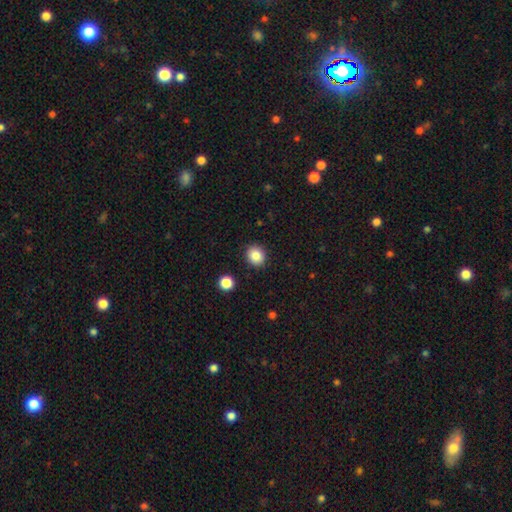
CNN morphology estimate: Smooth or featured: smooth — 85% (star or artifact — 10%)
How rounded: round — 77% (in between — 22%)
Merging: none — 90% (minor disturbance — 7%)